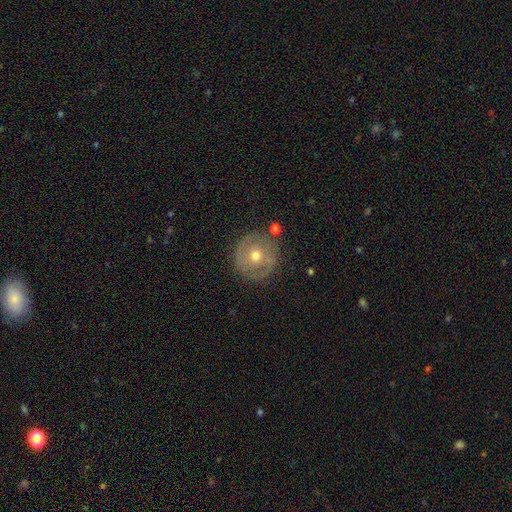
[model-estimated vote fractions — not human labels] Overall: featured or disk (49%; smooth 43%). Merging: none (79%).